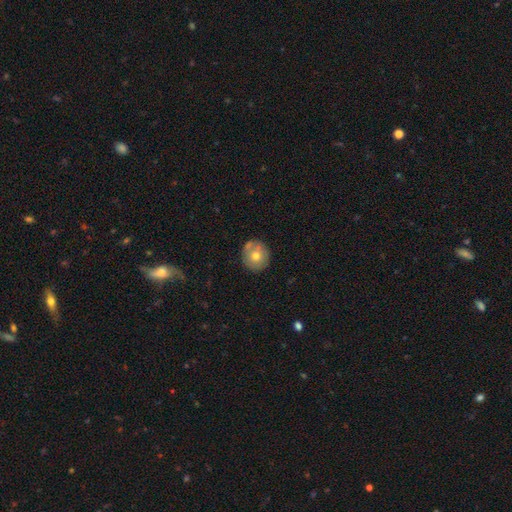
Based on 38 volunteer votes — Volunteers were most divided on "smooth or featured": smooth: 79%, featured or disk: 18%, star or artifact: 3%. More confident: merging — none (89%); how rounded — round (87%).